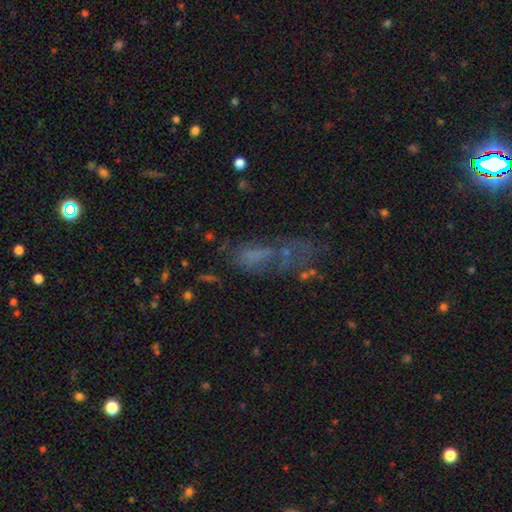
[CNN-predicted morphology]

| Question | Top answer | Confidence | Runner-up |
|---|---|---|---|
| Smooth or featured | smooth | 42% | featured or disk (35%) |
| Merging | major disturbance | 39% | none (30%) |